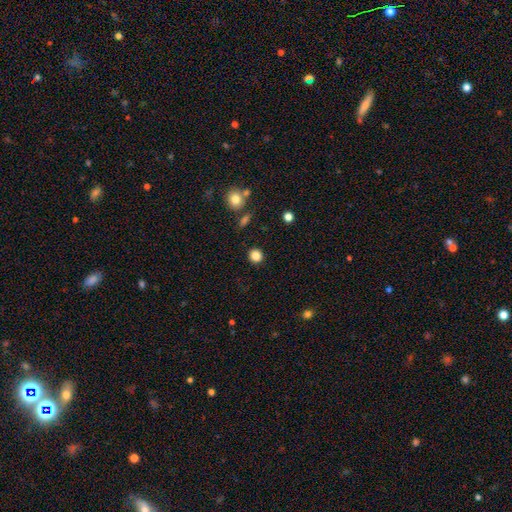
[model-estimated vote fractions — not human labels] smooth-or-featured: smooth: 85% | star or artifact: 11% | featured or disk: 4%
  how-rounded: round: 91% | in between: 8% | cigar-shaped: 1%
  merging: none: 90% | minor disturbance: 6% | major disturbance: 2% | merger: 2%